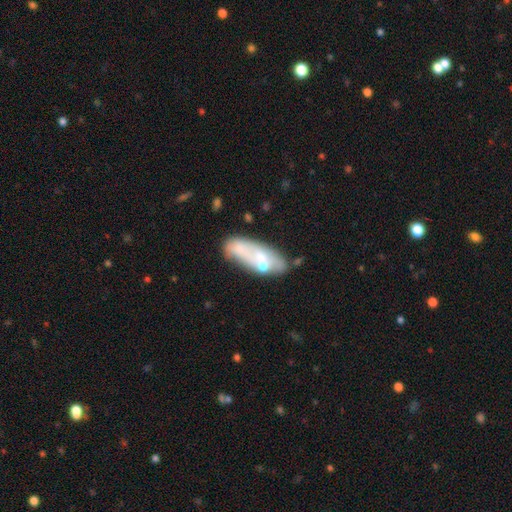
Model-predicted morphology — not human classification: Q: Smooth or featured?
A: featured or disk (46%); tied with: smooth (46%)
Q: Merging?
A: none (49%); runner-up: minor disturbance (22%)